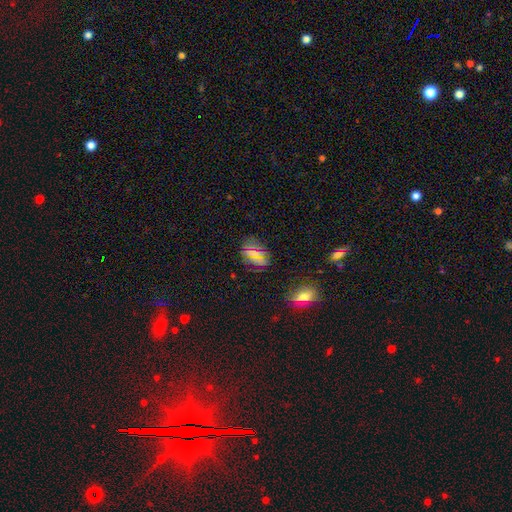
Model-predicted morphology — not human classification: Smooth or featured?
  - smooth: 57% *
  - star or artifact: 33%
  - featured or disk: 10%
How rounded?
  - in between: 68% *
  - round: 28%
  - cigar-shaped: 4%
Merging?
  - none: 80% *
  - minor disturbance: 13%
  - major disturbance: 4%
  - merger: 2%